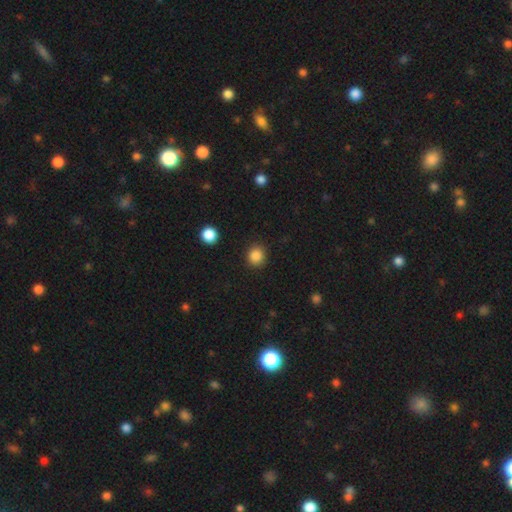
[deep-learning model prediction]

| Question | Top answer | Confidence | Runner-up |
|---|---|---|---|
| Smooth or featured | smooth | 87% | star or artifact (10%) |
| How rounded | round | 88% | in between (11%) |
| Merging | none | 90% | minor disturbance (6%) |